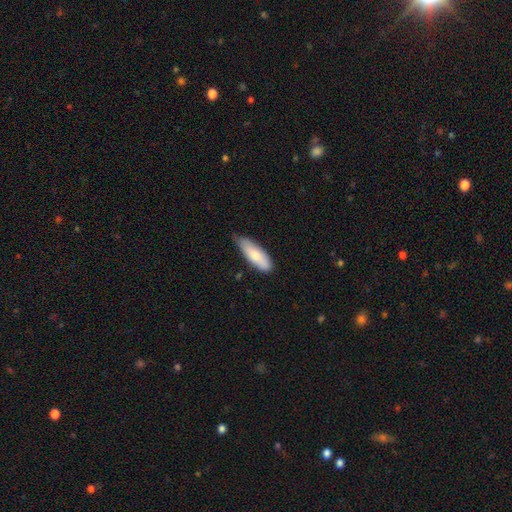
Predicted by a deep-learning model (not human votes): smooth-or-featured: smooth: 76% | featured or disk: 19% | star or artifact: 6%
  how-rounded: in between: 62% | cigar-shaped: 36% | round: 2%
  merging: none: 60% | minor disturbance: 34% | major disturbance: 4% | merger: 2%